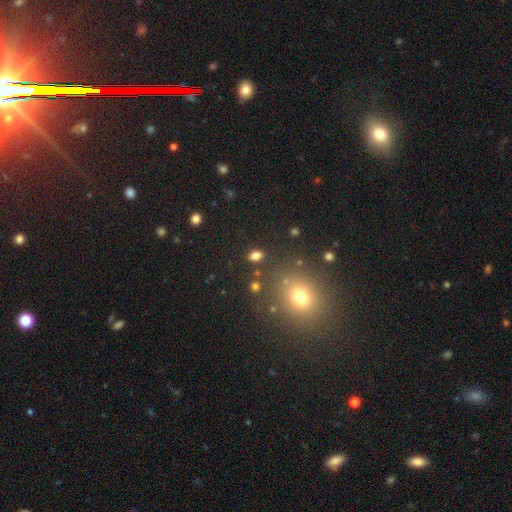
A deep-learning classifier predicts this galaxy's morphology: A smooth galaxy with no disk features (78%) that is in between round and cigar-shaped (77%). Merging: none (83%).